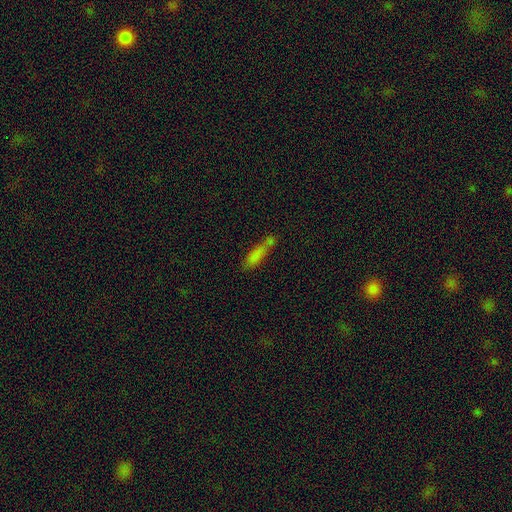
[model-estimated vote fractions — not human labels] Smooth or featured? Predicted: smooth (p=0.76). How rounded? Predicted: cigar-shaped (p=0.62). Merging? Predicted: none (p=0.47).